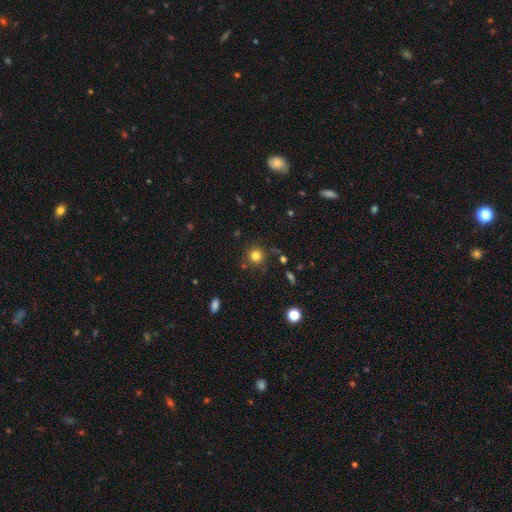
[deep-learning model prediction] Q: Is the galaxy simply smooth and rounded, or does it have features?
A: smooth — 80%.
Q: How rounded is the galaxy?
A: round — 93%.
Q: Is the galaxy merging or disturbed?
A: none — 84%.